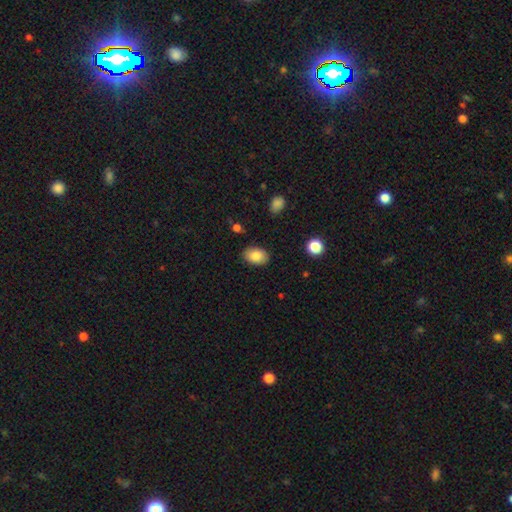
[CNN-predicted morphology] A smooth galaxy with no disk features (85%) that is in between round and cigar-shaped (85%).

Vote fractions:
- Smooth or featured? smooth: 85% / star or artifact: 8% / featured or disk: 7%
- How rounded? in between: 85% / round: 14% / cigar-shaped: 1%
- Merging? none: 87% / minor disturbance: 10% / major disturbance: 2% / merger: 1%